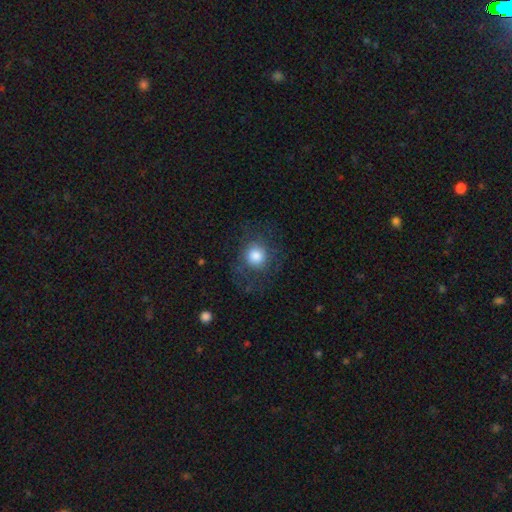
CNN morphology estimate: The model was most divided on "merging": none: 70%, minor disturbance: 15%, major disturbance: 13%, merger: 1%. More confident: how rounded — round (87%); smooth or featured — smooth (77%).